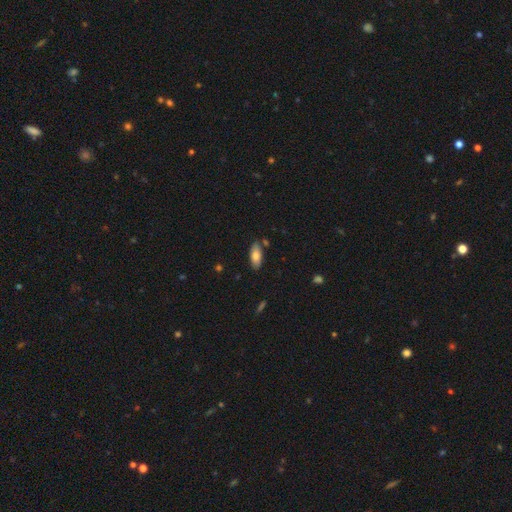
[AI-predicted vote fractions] This is likely a smooth galaxy (77%). How rounded: clearly in between (82%). Merging: clearly none (82%).